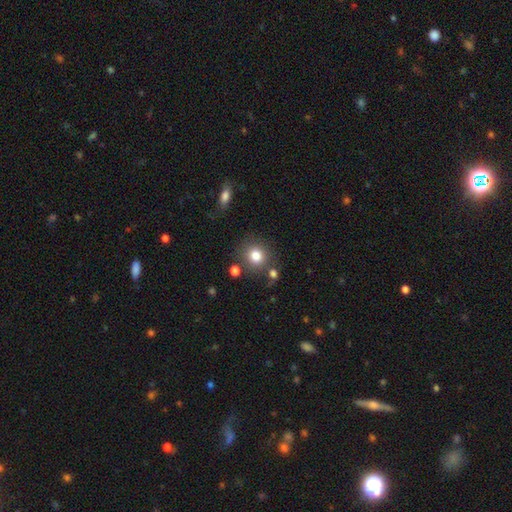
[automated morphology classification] Q: Smooth or featured?
A: smooth (81%); runner-up: star or artifact (11%)
Q: How rounded?
A: round (87%); runner-up: in between (12%)
Q: Merging?
A: none (77%); runner-up: minor disturbance (10%)